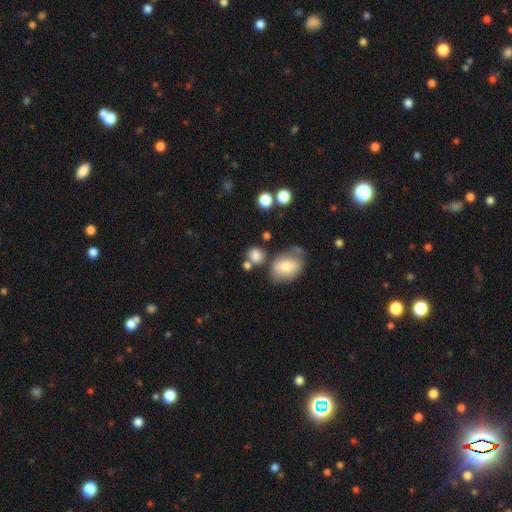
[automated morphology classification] smooth 81%, star or artifact 11%, featured or disk 8%. Down the decision tree: how rounded — round (66%); merging — none (60%).